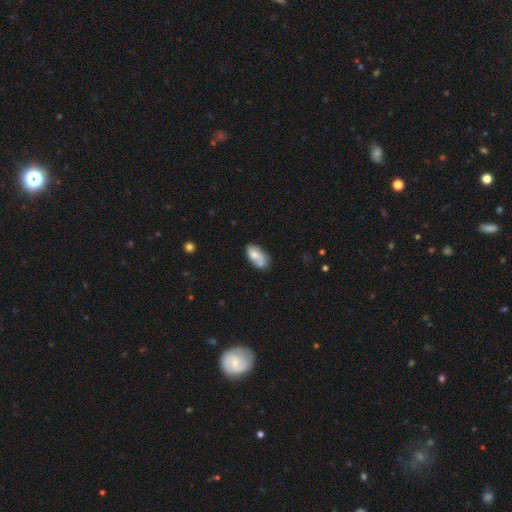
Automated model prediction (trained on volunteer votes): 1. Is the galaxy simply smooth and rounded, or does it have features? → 67% smooth, 25% featured or disk, 8% star or artifact.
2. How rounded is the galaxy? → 91% in between, 5% round, 3% cigar-shaped.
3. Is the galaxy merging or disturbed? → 40% none, 32% merger, 20% minor disturbance, 8% major disturbance.